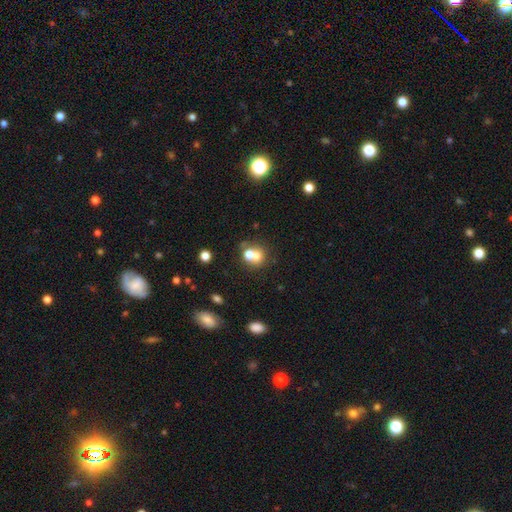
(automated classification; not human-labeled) A smooth galaxy with no disk features (66%) that is round (76%).

Vote fractions:
- Smooth or featured? smooth: 66% / featured or disk: 20% / star or artifact: 14%
- How rounded? round: 76% / in between: 23% / cigar-shaped: 1%
- Merging? merger: 52% / none: 37% / minor disturbance: 7% / major disturbance: 4%